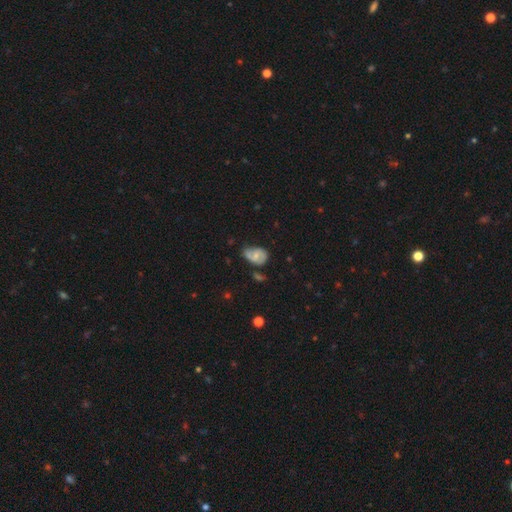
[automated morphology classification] This is possibly a smooth galaxy (47%). Merging: marginally none (43%).